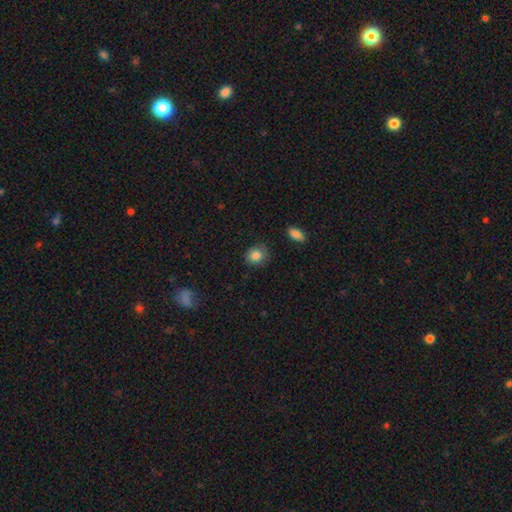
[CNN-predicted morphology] smooth-or-featured: smooth: 84% | star or artifact: 10% | featured or disk: 6%
  how-rounded: round: 72% | in between: 27% | cigar-shaped: 1%
  merging: none: 80% | minor disturbance: 15% | major disturbance: 3% | merger: 2%